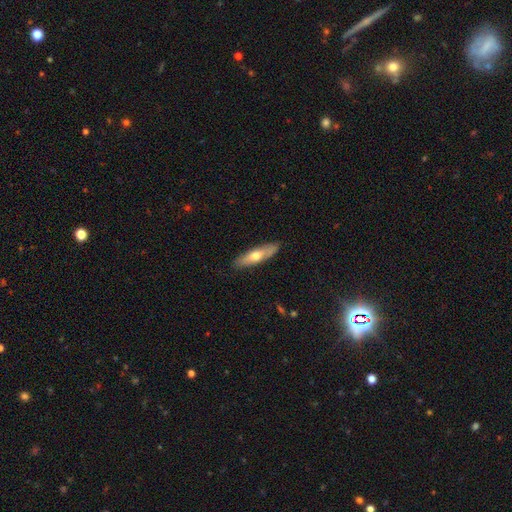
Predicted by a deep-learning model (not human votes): smooth 54%, featured or disk 40%, star or artifact 6%. Down the decision tree: how rounded — cigar-shaped (65%); merging — none (85%).